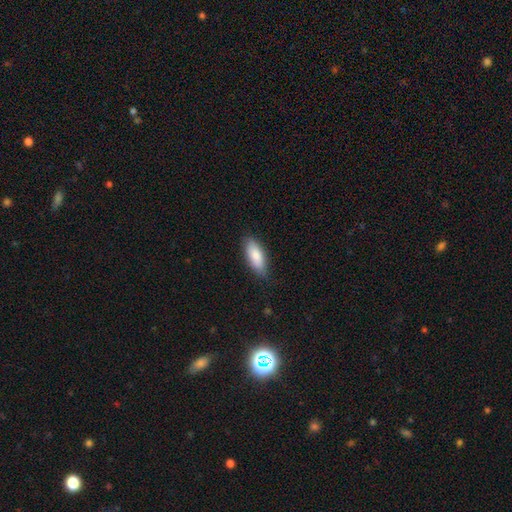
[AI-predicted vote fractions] Overall: smooth (82%). How rounded: in between (77%). Merging: none (81%).